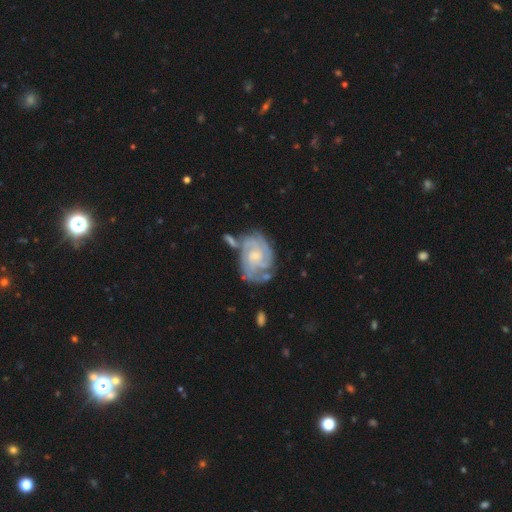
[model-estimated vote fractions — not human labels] Overall: featured or disk (87%). Edge-on disk: no (98%). Bar: no (65%; weak 29%). Spiral arms: yes (97%). Spiral arm count: 2 (33%; 3 26%). Spiral winding: tight (67%; medium 27%). Bulge size: small (63%; moderate 29%). Merging: none (55%; minor disturbance 22%).